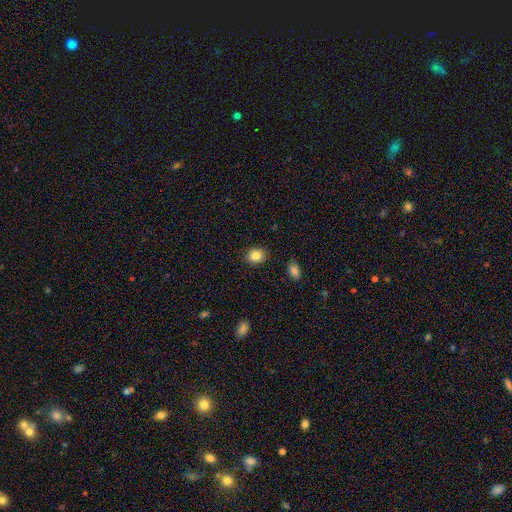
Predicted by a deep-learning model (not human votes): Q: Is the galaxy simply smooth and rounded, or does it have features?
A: smooth — 85%.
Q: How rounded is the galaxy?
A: round — 61%.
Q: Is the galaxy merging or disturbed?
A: none — 89%.